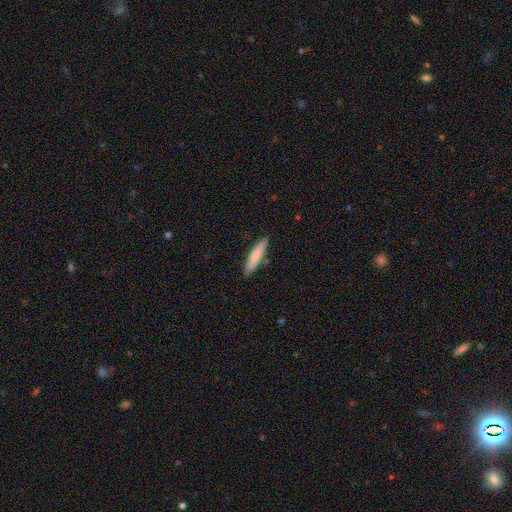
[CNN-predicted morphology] A smooth galaxy with no disk features (75%) that is cigar-shaped (84%). Merging: none (86%).